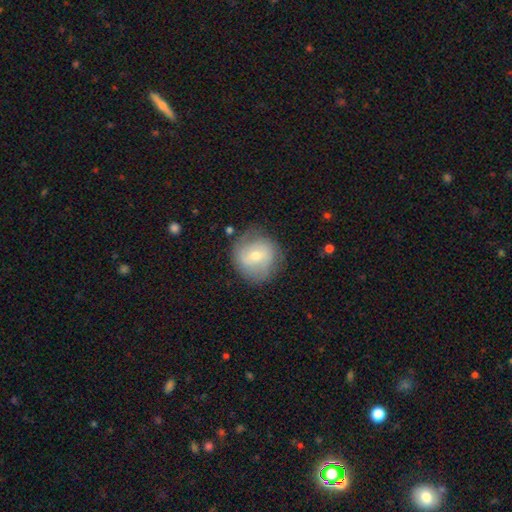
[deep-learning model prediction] A smooth galaxy with no disk features (48%). Merging: none (73%).